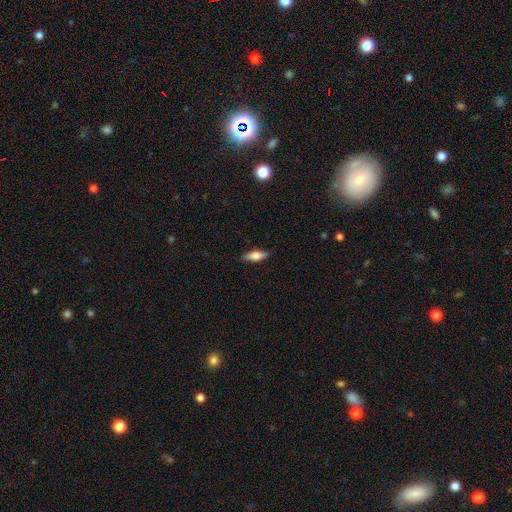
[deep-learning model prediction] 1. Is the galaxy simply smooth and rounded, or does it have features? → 59% smooth, 34% featured or disk, 7% star or artifact.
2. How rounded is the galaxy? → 58% in between, 39% cigar-shaped, 3% round.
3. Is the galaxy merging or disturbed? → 86% none, 11% minor disturbance, 2% major disturbance, 1% merger.